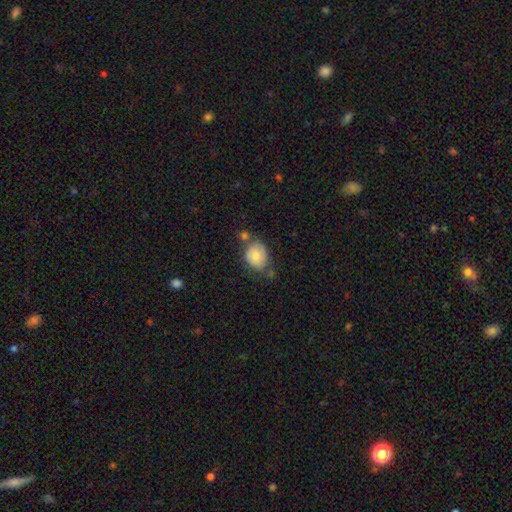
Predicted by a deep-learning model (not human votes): smooth-or-featured: smooth: 68% | featured or disk: 24% | star or artifact: 8%
  how-rounded: in between: 57% | round: 42% | cigar-shaped: 1%
  merging: none: 51% | minor disturbance: 26% | merger: 14% | major disturbance: 9%